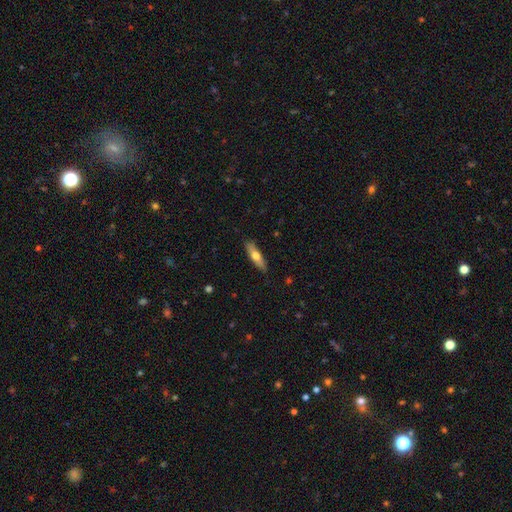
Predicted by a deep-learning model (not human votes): smooth-or-featured: smooth: 55% | featured or disk: 40% | star or artifact: 6%
  how-rounded: cigar-shaped: 71% | in between: 27% | round: 2%
  merging: none: 89% | minor disturbance: 9% | major disturbance: 2% | merger: 1%